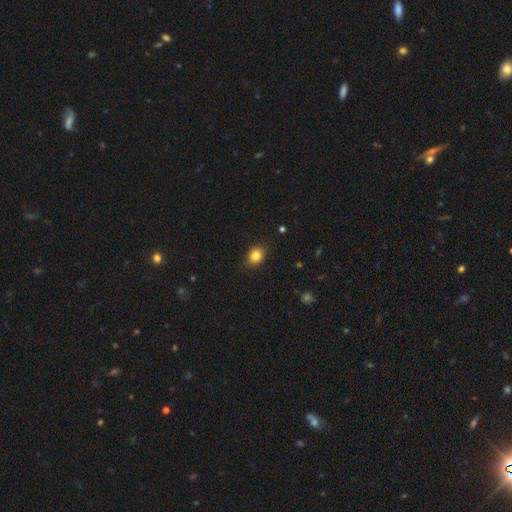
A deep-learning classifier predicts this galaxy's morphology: Smooth or featured: smooth — 83% (star or artifact — 11%)
How rounded: round — 53% (in between — 46%)
Merging: none — 86% (minor disturbance — 11%)